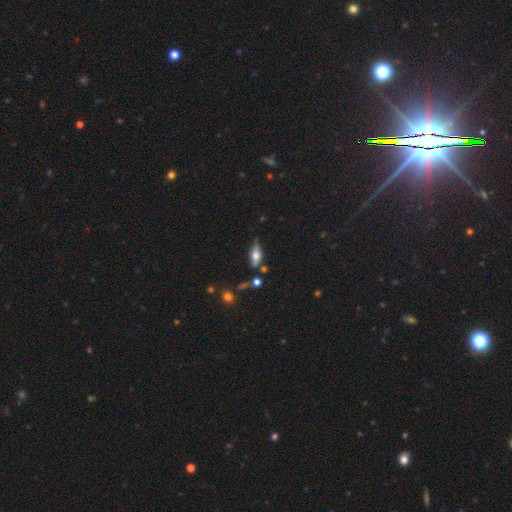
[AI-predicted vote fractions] This is possibly a smooth galaxy (52%). How rounded: likely in between (73%). Merging: likely none (63%).